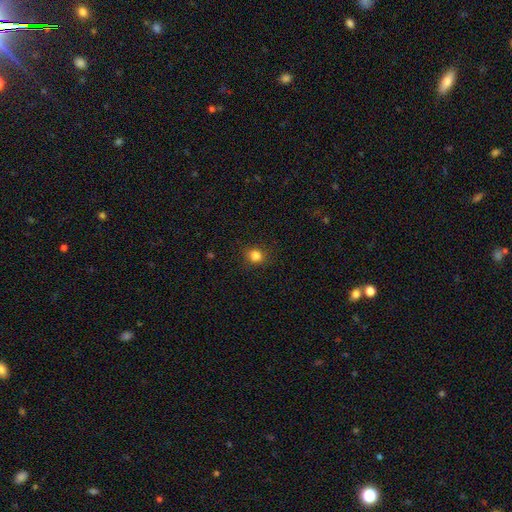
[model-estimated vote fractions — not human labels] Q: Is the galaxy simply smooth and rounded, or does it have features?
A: smooth — 83%.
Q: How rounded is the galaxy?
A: round — 82%.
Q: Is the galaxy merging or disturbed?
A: none — 87%.